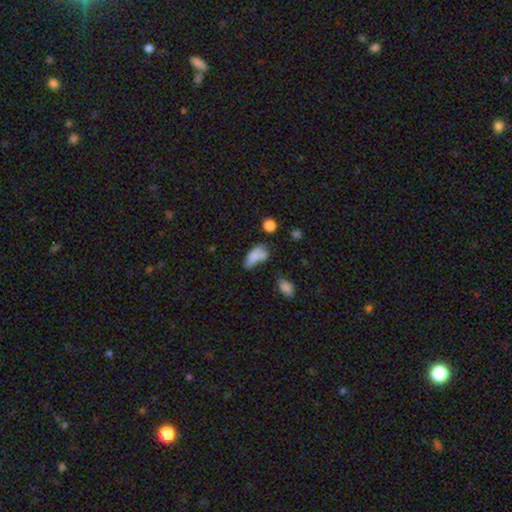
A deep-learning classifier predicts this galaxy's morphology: Smooth or featured? smooth (75%)
How rounded? in between (83%)
Merging? none (33%)